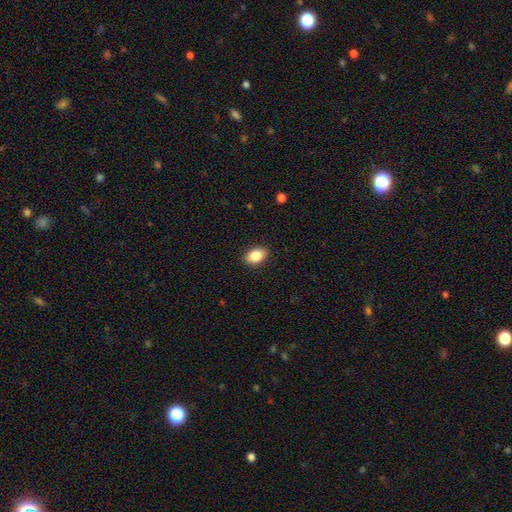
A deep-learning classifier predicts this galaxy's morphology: This is clearly a smooth galaxy (85%). How rounded: clearly in between (87%). Merging: clearly none (89%).